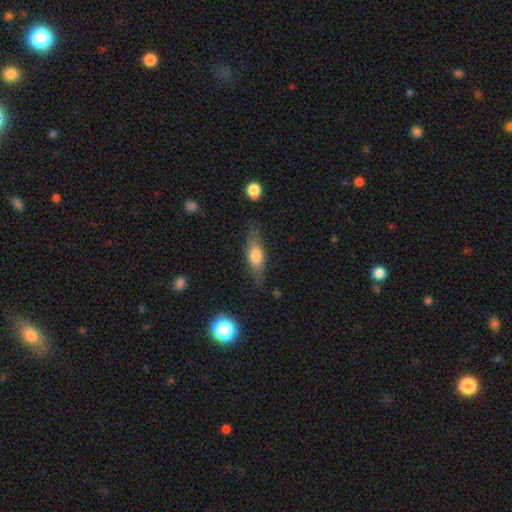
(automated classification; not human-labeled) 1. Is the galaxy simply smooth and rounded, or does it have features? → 60% smooth, 33% featured or disk, 8% star or artifact.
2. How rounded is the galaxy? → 55% in between, 41% cigar-shaped, 5% round.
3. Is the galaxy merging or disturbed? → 74% none, 19% minor disturbance, 5% major disturbance, 2% merger.